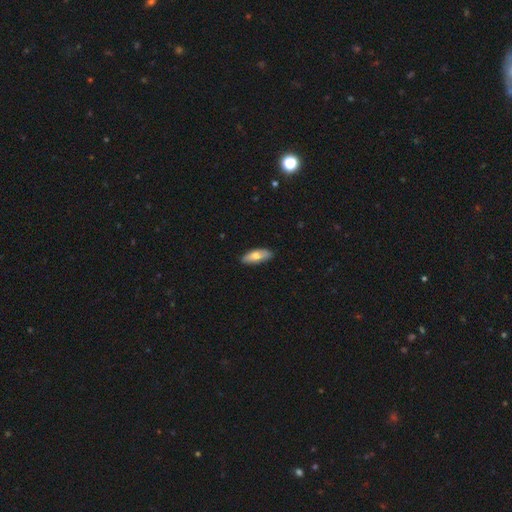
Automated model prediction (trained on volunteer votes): Q: Smooth or featured?
A: smooth (70%); runner-up: featured or disk (24%)
Q: How rounded?
A: in between (73%); runner-up: cigar-shaped (25%)
Q: Merging?
A: none (85%); runner-up: minor disturbance (12%)